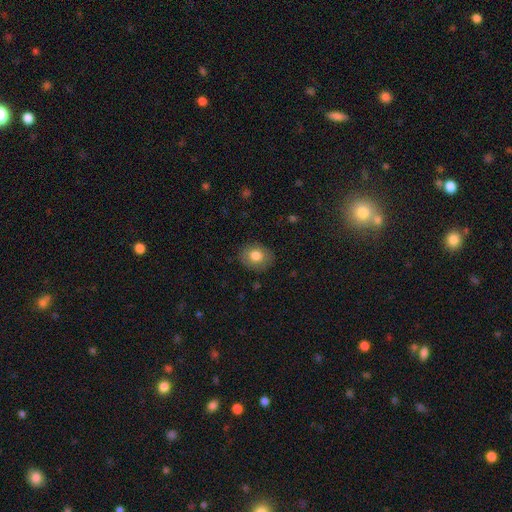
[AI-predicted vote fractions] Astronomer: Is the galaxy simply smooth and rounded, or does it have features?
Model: smooth — 79%.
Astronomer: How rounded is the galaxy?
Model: round — 52% (runner-up: in between, 47%).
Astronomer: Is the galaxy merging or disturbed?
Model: none — 84%.